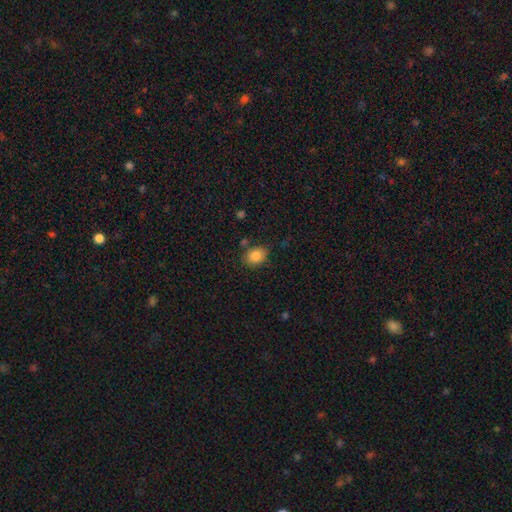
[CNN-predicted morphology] The model was most divided on "how rounded": in between: 59%, round: 40%, cigar-shaped: 1%. More confident: smooth or featured — smooth (85%); merging — none (78%).